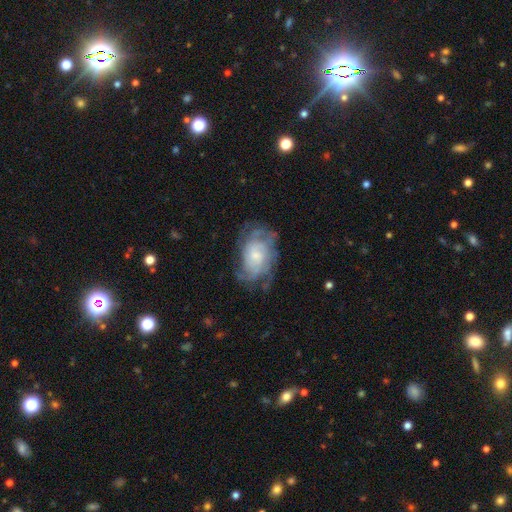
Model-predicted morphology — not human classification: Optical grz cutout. It shows a featured or disk galaxy (72%) with no bar (73%), tight (51%) spiral arms (83%) and a small central bulge (43%). Merging: none (59%).